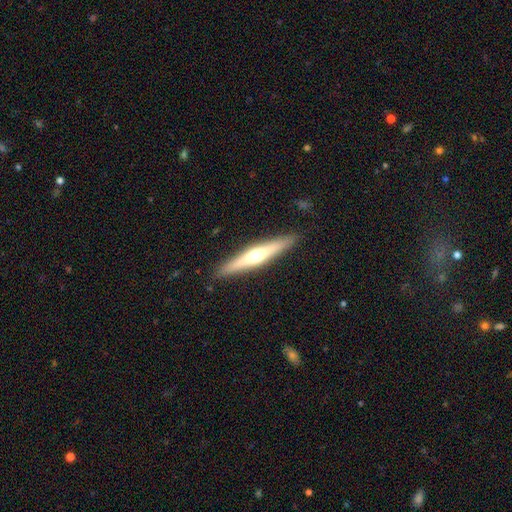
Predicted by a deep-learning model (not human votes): featured or disk 59%, smooth 35%, star or artifact 5%. Down the decision tree: edge-on disk — yes (96%); edge-on bulge — rounded (88%); merging — none (91%).